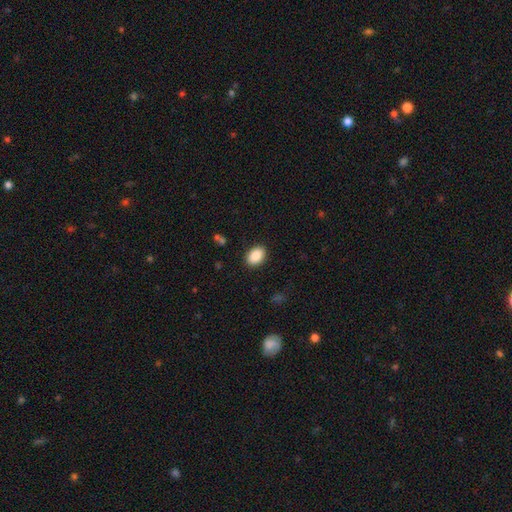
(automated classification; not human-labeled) This is clearly a smooth galaxy (88%). How rounded: likely in between (80%). Merging: clearly none (89%).